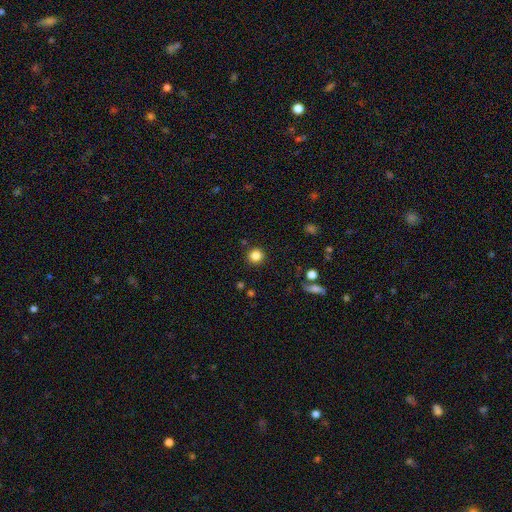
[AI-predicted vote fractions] Smooth or featured? Predicted: smooth (p=0.84). How rounded? Predicted: round (p=0.93). Merging? Predicted: none (p=0.90).